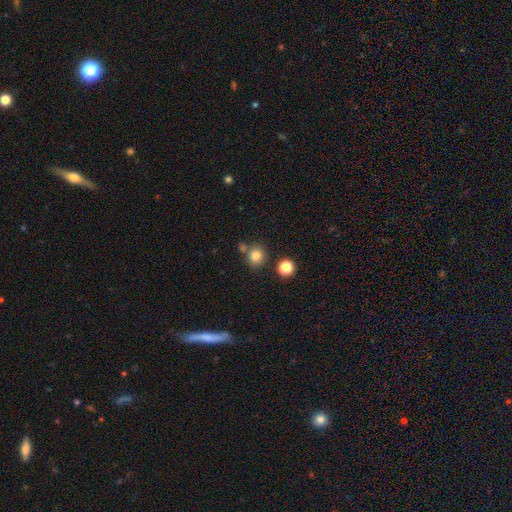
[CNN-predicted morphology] Q: Smooth or featured?
A: smooth (81%); runner-up: star or artifact (13%)
Q: How rounded?
A: round (86%); runner-up: in between (13%)
Q: Merging?
A: none (73%); runner-up: merger (13%)